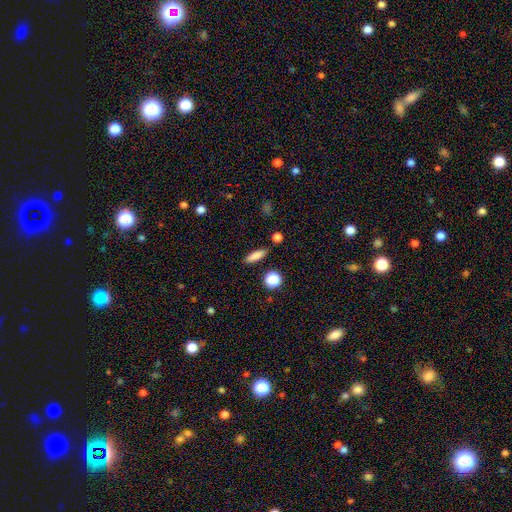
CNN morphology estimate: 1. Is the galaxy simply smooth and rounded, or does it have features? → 81% smooth, 9% featured or disk, 9% star or artifact.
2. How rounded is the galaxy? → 55% cigar-shaped, 39% in between, 6% round.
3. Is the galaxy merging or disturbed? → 86% none, 9% minor disturbance, 3% merger, 2% major disturbance.